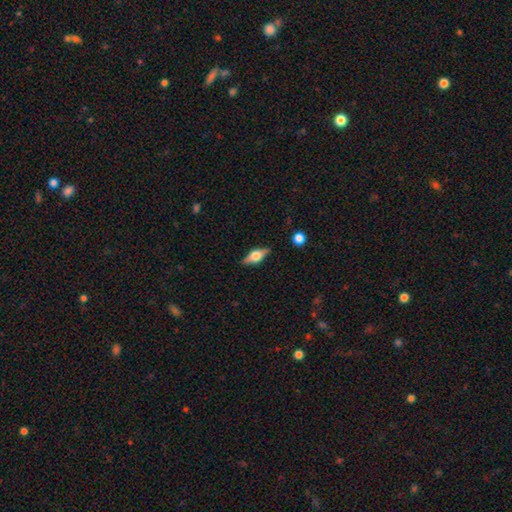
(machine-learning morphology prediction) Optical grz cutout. It shows a featured or disk galaxy (61%) viewed edge-on (95%) with a rounded central bulge (91%). Merging: none (87%).